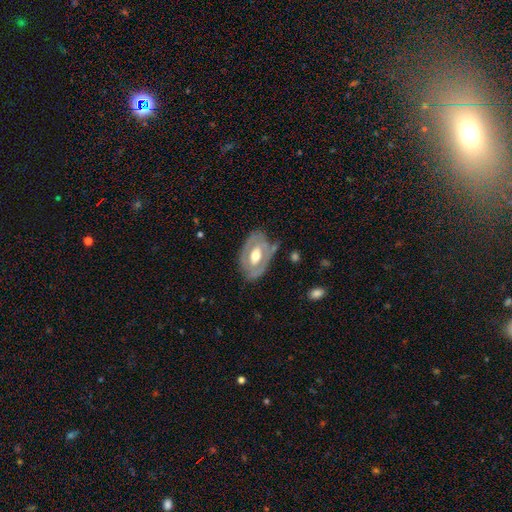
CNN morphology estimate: featured or disk 68%, smooth 26%, star or artifact 5%. Down the decision tree: edge-on disk — no (92%); bar — no (49%); spiral arms — no (51%); bulge size — moderate (70%); merging — none (65%).